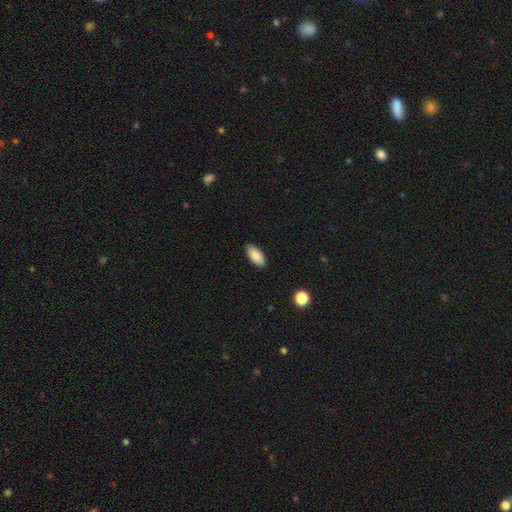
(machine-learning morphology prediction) A smooth galaxy with no disk features (88%) that is in between round and cigar-shaped (91%).

Vote fractions:
- Smooth or featured? smooth: 88% / star or artifact: 7% / featured or disk: 5%
- How rounded? in between: 91% / cigar-shaped: 7% / round: 2%
- Merging? none: 87% / minor disturbance: 10% / major disturbance: 2% / merger: 1%